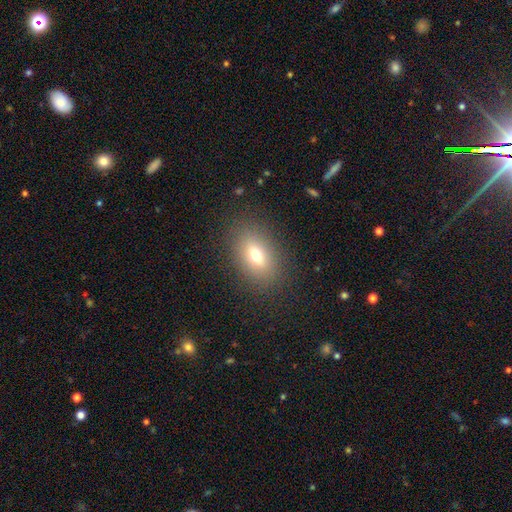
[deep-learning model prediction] Morphology: type=smooth (68%); roundness=in between (80%); merging=none (86%).